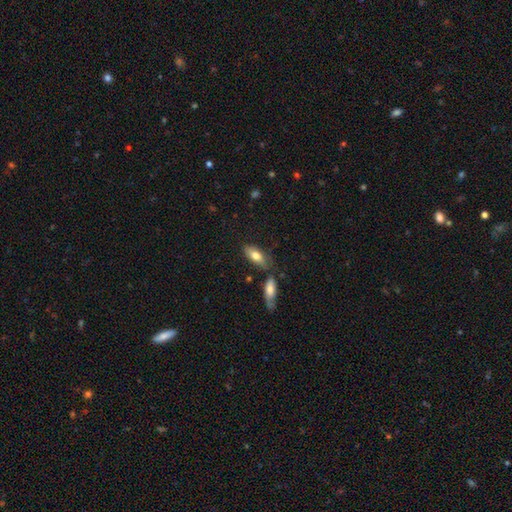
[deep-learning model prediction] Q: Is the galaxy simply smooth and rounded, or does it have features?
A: smooth — 75%.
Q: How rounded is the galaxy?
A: in between — 83%.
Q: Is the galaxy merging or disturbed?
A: none — 67%.